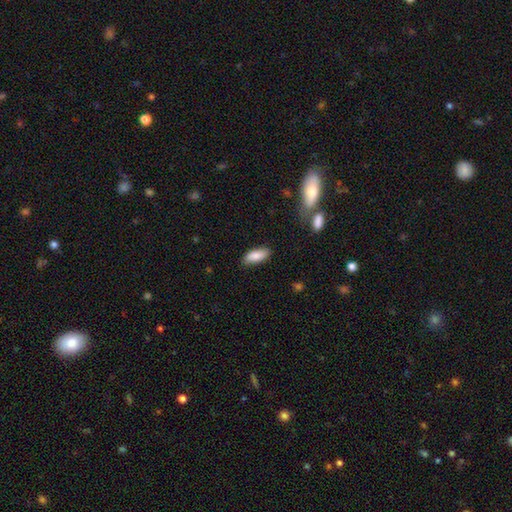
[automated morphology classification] Smooth or featured?
  - smooth: 86% *
  - featured or disk: 8%
  - star or artifact: 6%
How rounded?
  - in between: 82% *
  - cigar-shaped: 16%
  - round: 2%
Merging?
  - none: 83% *
  - minor disturbance: 12%
  - major disturbance: 3%
  - merger: 2%